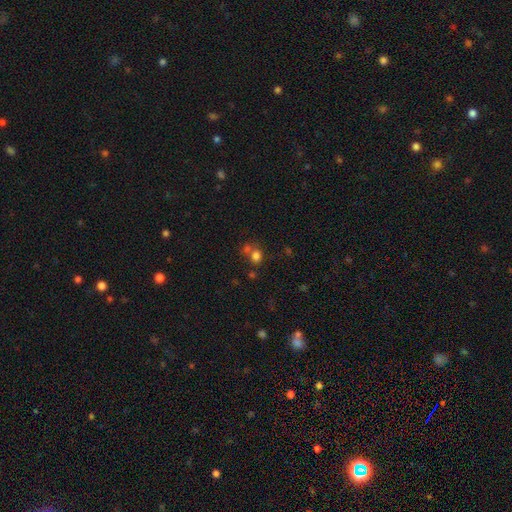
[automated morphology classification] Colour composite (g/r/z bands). It shows a smooth galaxy with no disk features (75%) that is round (73%). Merging: none (51%).